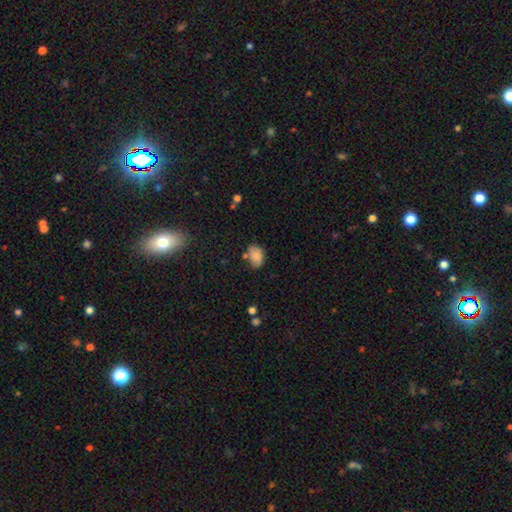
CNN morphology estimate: Q: Smooth or featured?
A: smooth (79%); runner-up: featured or disk (11%)
Q: How rounded?
A: in between (81%); runner-up: round (18%)
Q: Merging?
A: none (54%); runner-up: minor disturbance (30%)